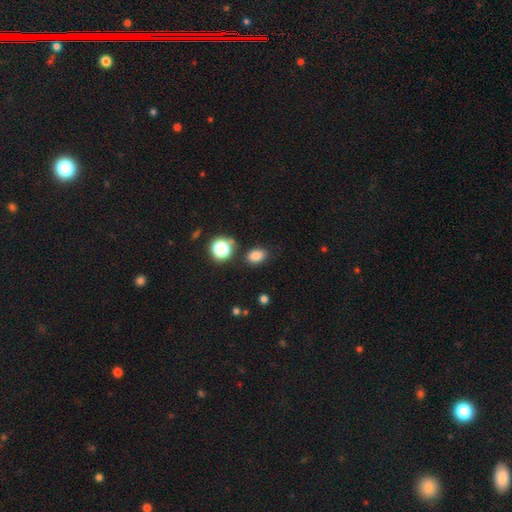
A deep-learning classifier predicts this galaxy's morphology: Overall: smooth (81%). How rounded: in between (75%). Merging: none (79%).